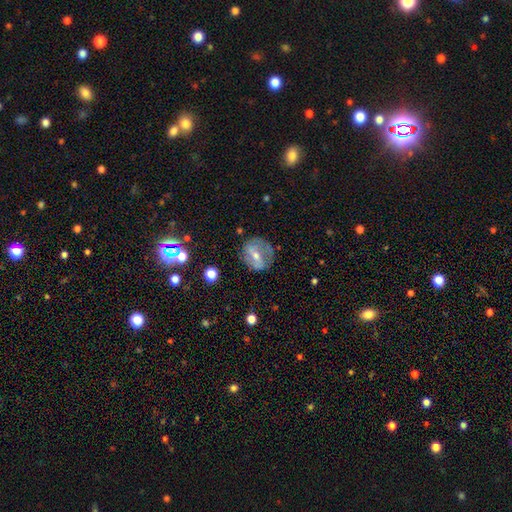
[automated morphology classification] featured or disk 64%, smooth 23%, star or artifact 12%. Down the decision tree: edge-on disk — no (93%); bar — strong (46%); spiral arms — yes (57%); bulge size — moderate (48%, tied with small); merging — none (70%).